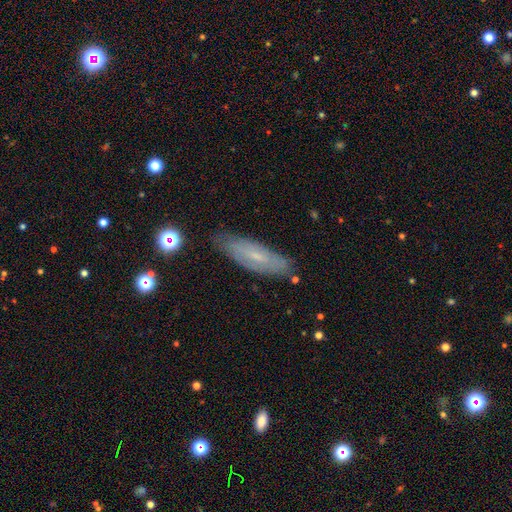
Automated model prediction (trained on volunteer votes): Smooth or featured? Predicted: featured or disk (p=0.48). Merging? Predicted: none (p=0.77).